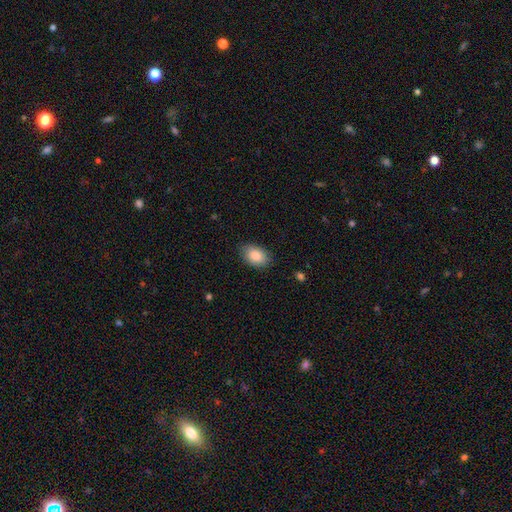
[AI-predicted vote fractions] Smooth or featured?
  - smooth: 86% *
  - star or artifact: 7%
  - featured or disk: 7%
How rounded?
  - in between: 86% *
  - round: 13%
  - cigar-shaped: 1%
Merging?
  - none: 85% *
  - minor disturbance: 12%
  - major disturbance: 3%
  - merger: 1%